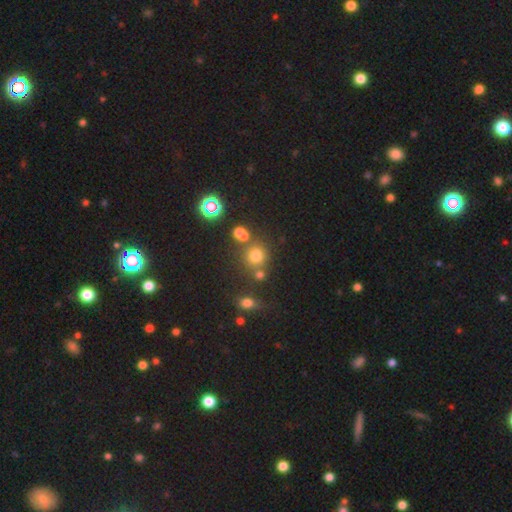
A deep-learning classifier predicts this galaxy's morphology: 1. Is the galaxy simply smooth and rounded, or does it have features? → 68% smooth, 23% star or artifact, 9% featured or disk.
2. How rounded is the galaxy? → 86% round, 13% in between, 1% cigar-shaped.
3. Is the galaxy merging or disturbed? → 66% none, 20% merger, 10% minor disturbance, 5% major disturbance.